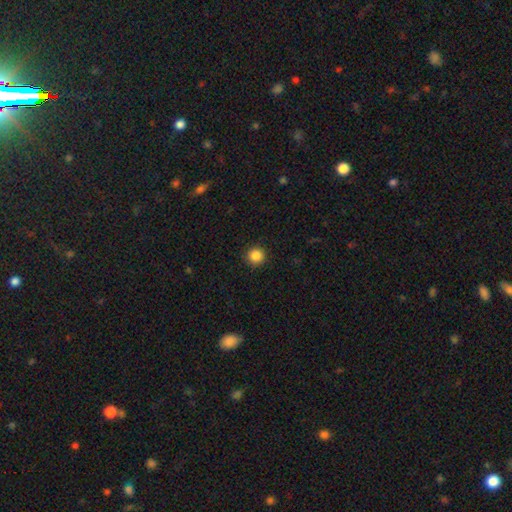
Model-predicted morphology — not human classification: A smooth galaxy with no disk features (86%) that is round (95%). Merging: none (91%).